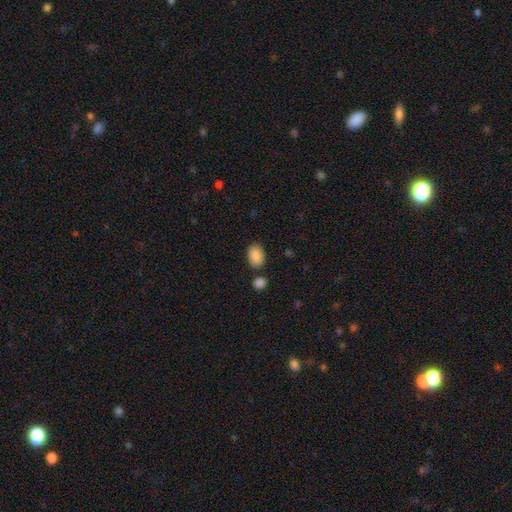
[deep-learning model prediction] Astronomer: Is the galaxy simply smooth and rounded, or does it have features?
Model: smooth — 88%.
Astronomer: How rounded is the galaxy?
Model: in between — 84%.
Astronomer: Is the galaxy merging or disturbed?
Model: none — 76%.